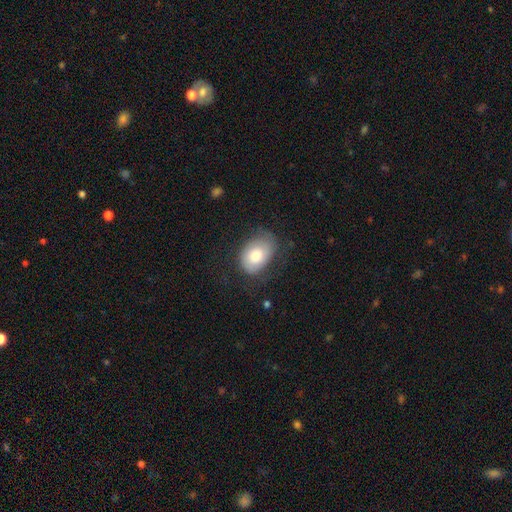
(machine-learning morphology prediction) Smooth or featured? Predicted: smooth (p=0.68). How rounded? Predicted: in between (p=0.78). Merging? Predicted: none (p=0.63).